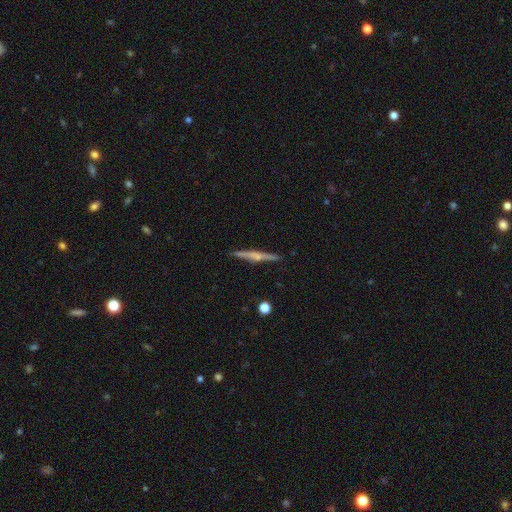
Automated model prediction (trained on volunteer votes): Smooth or featured? Predicted: featured or disk (p=0.71). Edge-on disk? Predicted: yes (p=0.98). Edge-on bulge? Predicted: rounded (p=0.77). Merging? Predicted: none (p=0.90).